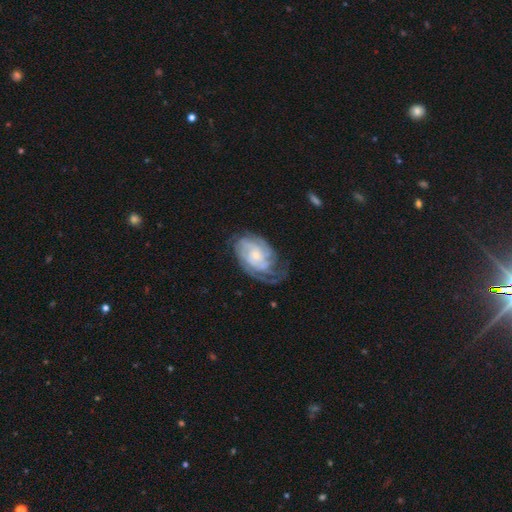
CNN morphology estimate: A featured or disk galaxy (82%) with no bar (73%), tight (65%) spiral arms (94%) and a small central bulge (62%). Merging: none (56%).